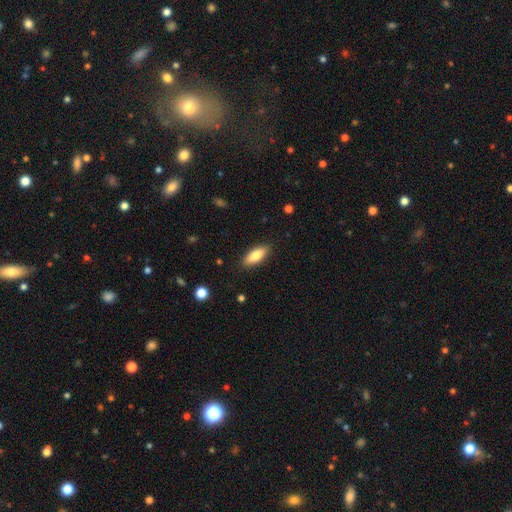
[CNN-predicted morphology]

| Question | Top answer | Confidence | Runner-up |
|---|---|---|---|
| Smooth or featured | smooth | 79% | featured or disk (15%) |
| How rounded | in between | 71% | cigar-shaped (27%) |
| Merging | none | 88% | minor disturbance (9%) |